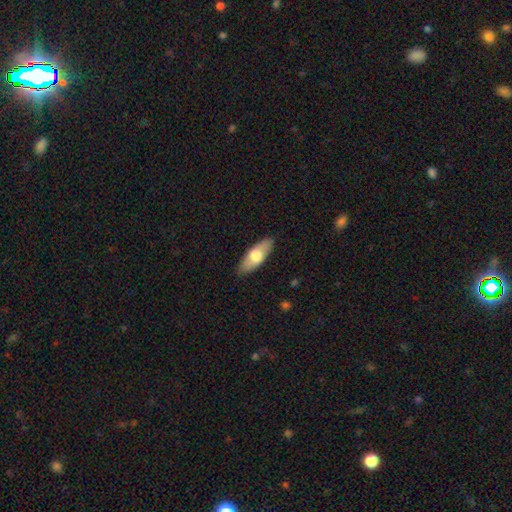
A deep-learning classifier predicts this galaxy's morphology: Smooth or featured? smooth (65%)
How rounded? in between (73%)
Merging? none (87%)